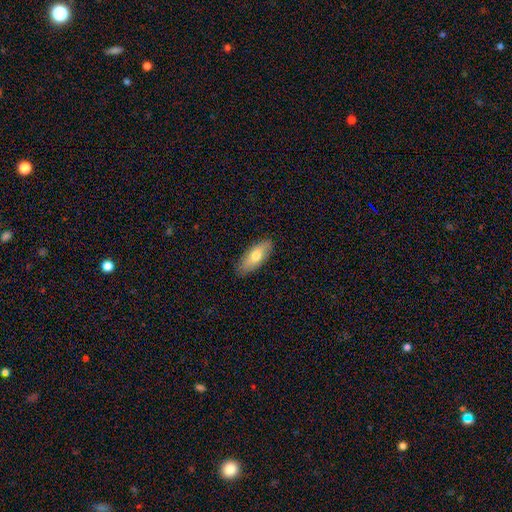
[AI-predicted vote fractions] smooth 71%, featured or disk 23%, star or artifact 6%. Down the decision tree: how rounded — in between (77%); merging — none (88%).